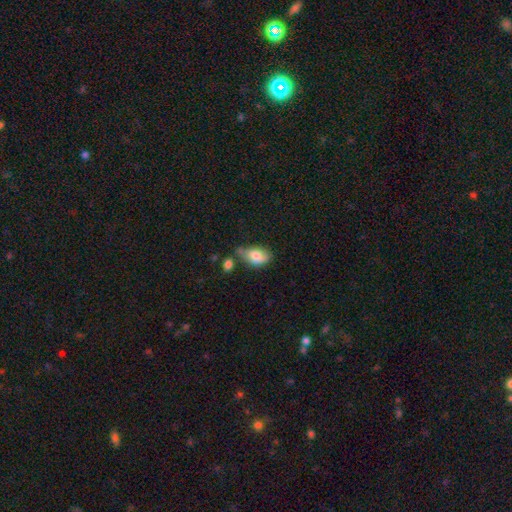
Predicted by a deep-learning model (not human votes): Smooth or featured?
  - smooth: 78% *
  - featured or disk: 15%
  - star or artifact: 8%
How rounded?
  - in between: 89% *
  - round: 9%
  - cigar-shaped: 2%
Merging?
  - none: 43% *
  - minor disturbance: 30%
  - merger: 18%
  - major disturbance: 10%